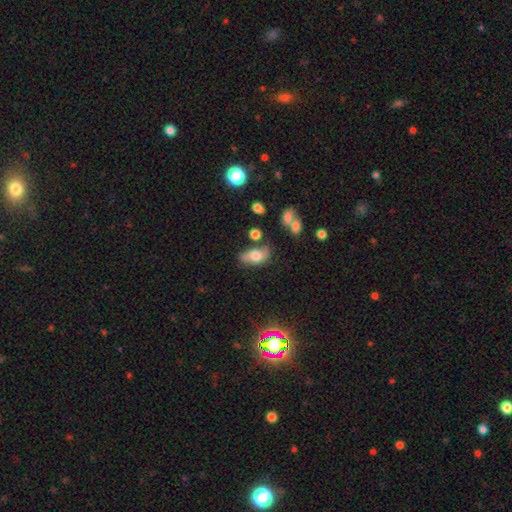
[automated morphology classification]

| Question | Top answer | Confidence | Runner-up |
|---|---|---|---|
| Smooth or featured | smooth | 59% | featured or disk (31%) |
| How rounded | in between | 87% | round (9%) |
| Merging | none | 57% | minor disturbance (25%) |